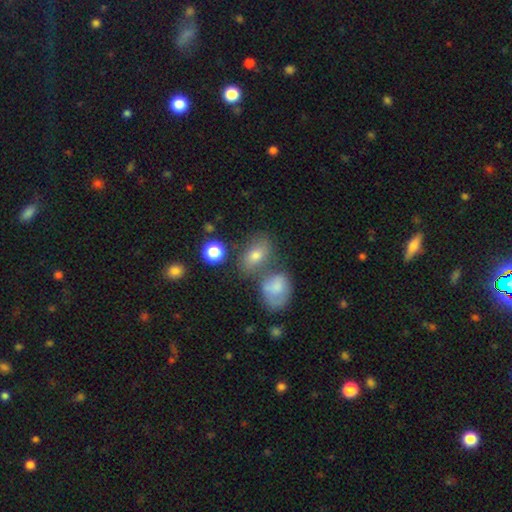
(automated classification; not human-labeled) Q: Smooth or featured?
A: smooth (72%); runner-up: featured or disk (16%)
Q: How rounded?
A: in between (79%); runner-up: round (18%)
Q: Merging?
A: none (54%); runner-up: merger (25%)